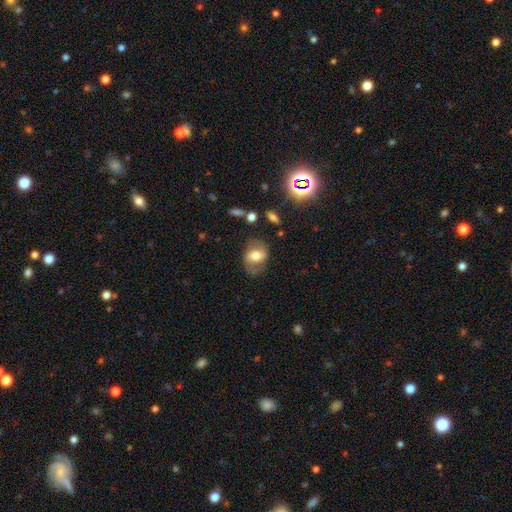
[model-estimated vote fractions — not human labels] Smooth or featured? Predicted: smooth (p=0.57). How rounded? Predicted: in between (p=0.64). Merging? Predicted: none (p=0.67).